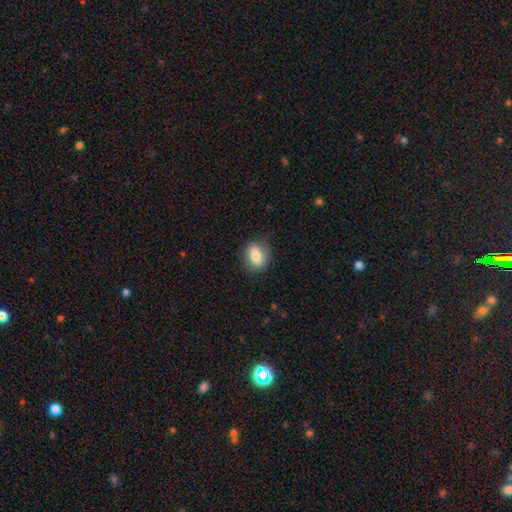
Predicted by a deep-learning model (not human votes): Smooth or featured? smooth (74%)
How rounded? in between (67%)
Merging? none (75%)